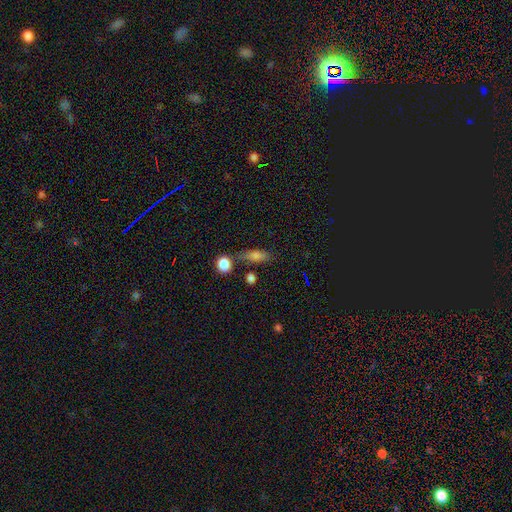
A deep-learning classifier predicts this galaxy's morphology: type=smooth (74%); roundness=in between (58%); merging=none (68%).